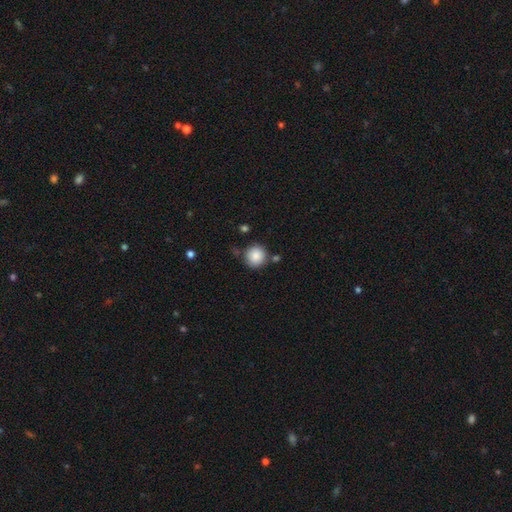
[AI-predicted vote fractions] Overall: smooth (87%). How rounded: round (93%). Merging: none (78%).